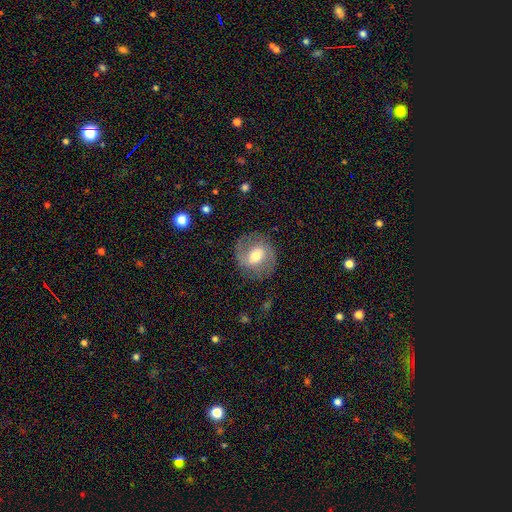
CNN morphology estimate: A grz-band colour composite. It shows a featured or disk galaxy (65%) with a weak bar (49%), spiral arms (80%) and a moderate central bulge (67%). Merging: none (79%).